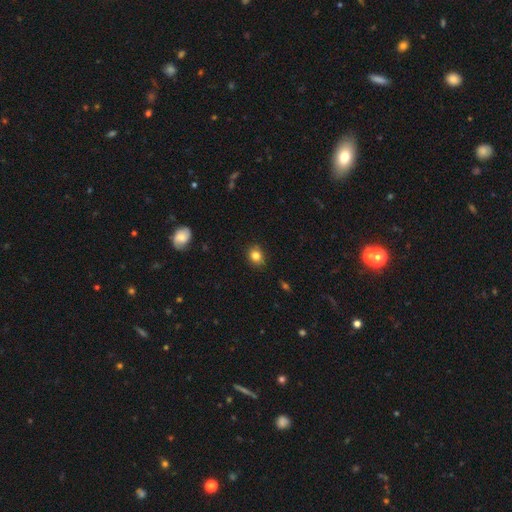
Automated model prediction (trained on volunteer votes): Smooth or featured?
  - smooth: 83% *
  - star or artifact: 11%
  - featured or disk: 6%
How rounded?
  - round: 62% *
  - in between: 37%
  - cigar-shaped: 1%
Merging?
  - none: 84% *
  - minor disturbance: 13%
  - major disturbance: 2%
  - merger: 1%